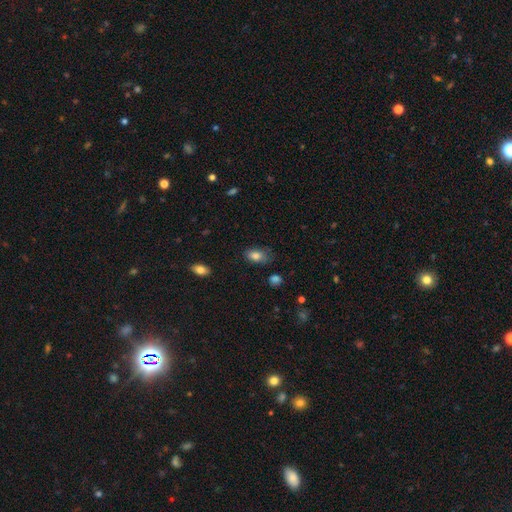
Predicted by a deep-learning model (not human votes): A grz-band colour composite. It shows a smooth galaxy with no disk features (82%) that is in between round and cigar-shaped (89%). Merging: none (66%).